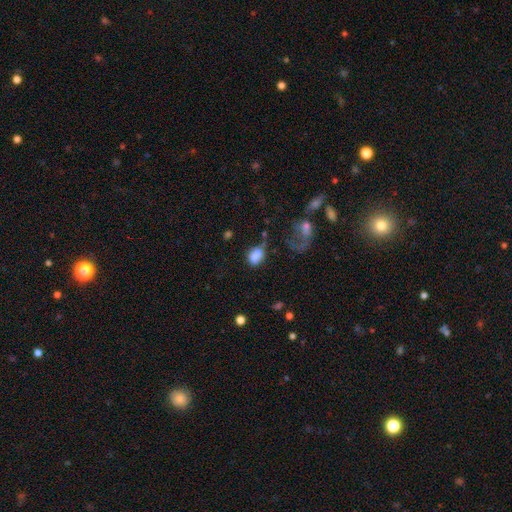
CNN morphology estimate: A smooth galaxy with no disk features (79%) that is in between round and cigar-shaped (68%).

Vote fractions:
- Smooth or featured? smooth: 79% / featured or disk: 12% / star or artifact: 9%
- How rounded? in between: 68% / round: 31% / cigar-shaped: 2%
- Merging? none: 43% / minor disturbance: 25% / major disturbance: 21% / merger: 11%